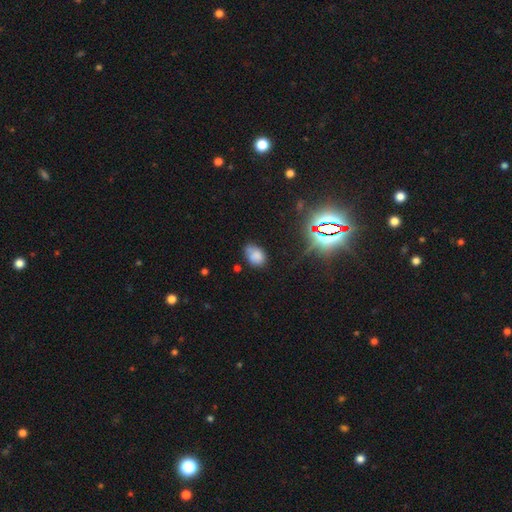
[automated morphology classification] A smooth galaxy with no disk features (72%) that is in between round and cigar-shaped (74%).

Vote fractions:
- Smooth or featured? smooth: 72% / star or artifact: 16% / featured or disk: 12%
- How rounded? in between: 74% / round: 25% / cigar-shaped: 1%
- Merging? none: 50% / minor disturbance: 32% / major disturbance: 10% / merger: 8%